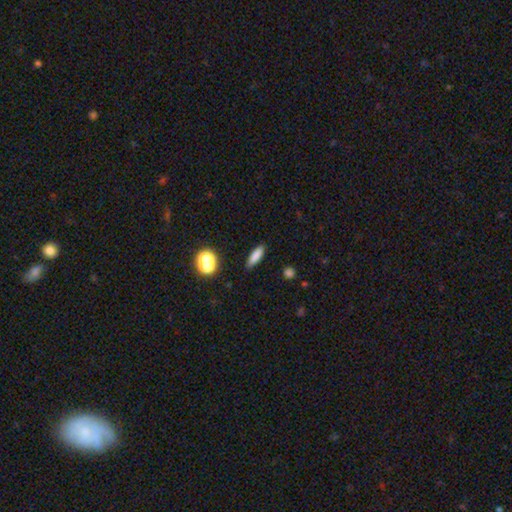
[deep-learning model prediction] Q: Smooth or featured?
A: smooth (81%); runner-up: featured or disk (10%)
Q: How rounded?
A: cigar-shaped (63%); runner-up: in between (33%)
Q: Merging?
A: none (86%); runner-up: minor disturbance (9%)